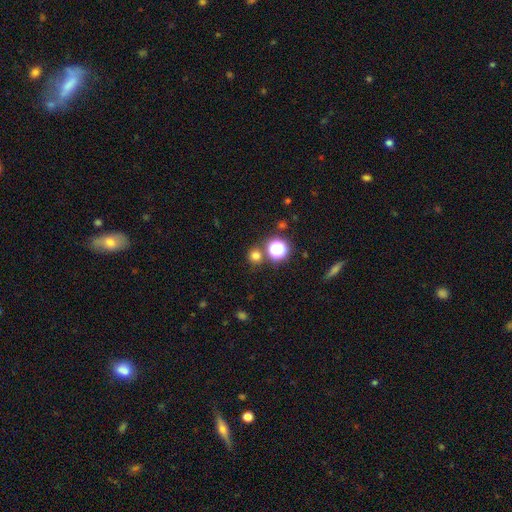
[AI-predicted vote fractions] smooth-or-featured: smooth: 71% | star or artifact: 23% | featured or disk: 5%
  how-rounded: round: 92% | in between: 7% | cigar-shaped: 1%
  merging: none: 81% | merger: 9% | minor disturbance: 7% | major disturbance: 3%